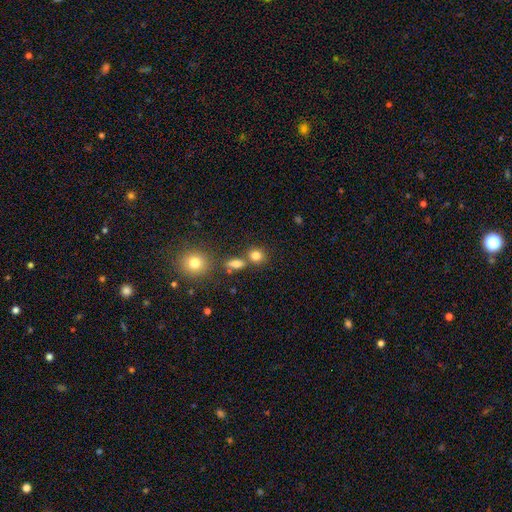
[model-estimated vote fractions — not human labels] A smooth galaxy with no disk features (80%) that is round (74%). Merging: none (65%).